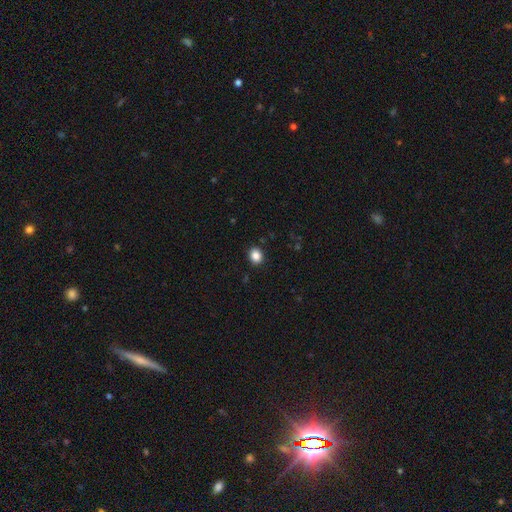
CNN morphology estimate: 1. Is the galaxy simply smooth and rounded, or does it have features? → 86% smooth, 10% star or artifact, 4% featured or disk.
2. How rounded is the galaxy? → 64% round, 36% in between, 1% cigar-shaped.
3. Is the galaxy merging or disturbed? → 91% none, 7% minor disturbance, 2% major disturbance, 1% merger.